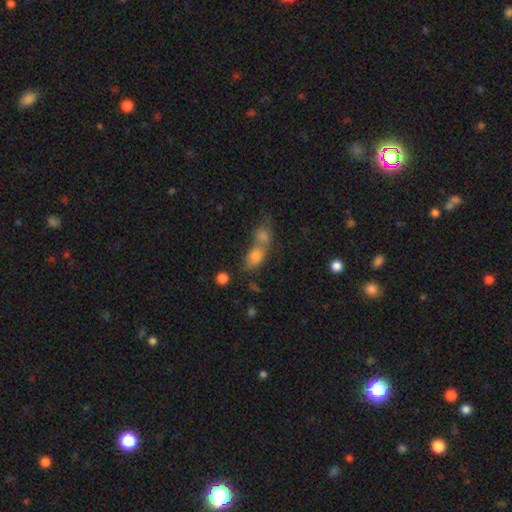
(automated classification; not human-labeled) smooth 75%, star or artifact 13%, featured or disk 12%. Down the decision tree: how rounded — in between (70%); merging — merger (65%).